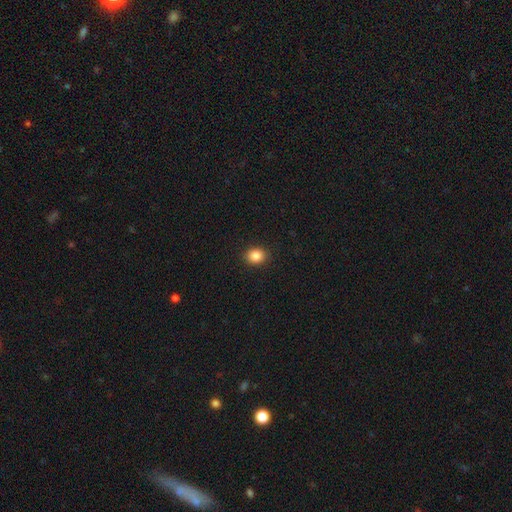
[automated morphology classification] This is clearly a smooth galaxy (85%). How rounded: possibly round (56%). Merging: clearly none (91%).